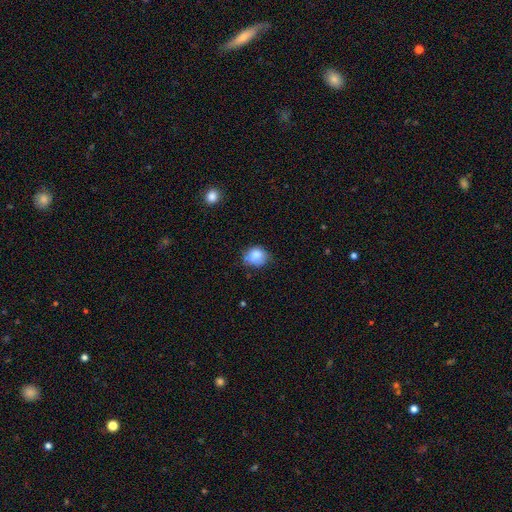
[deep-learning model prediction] Smooth or featured: smooth — 81% (featured or disk — 10%)
How rounded: round — 62% (in between — 37%)
Merging: none — 60% (minor disturbance — 31%)